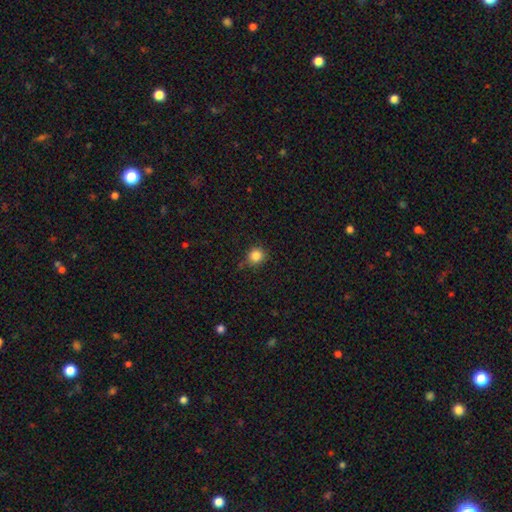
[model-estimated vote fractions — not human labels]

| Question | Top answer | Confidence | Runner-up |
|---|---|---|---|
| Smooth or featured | smooth | 84% | star or artifact (11%) |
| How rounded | round | 90% | in between (9%) |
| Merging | none | 80% | minor disturbance (14%) |